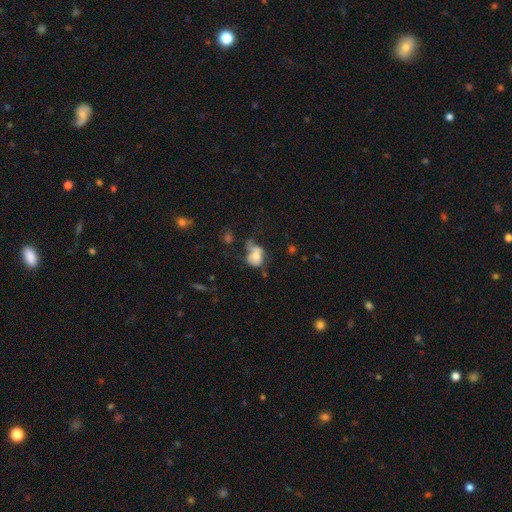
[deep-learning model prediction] Smooth or featured? smooth (60%)
How rounded? in between (56%)
Merging? major disturbance (29%)